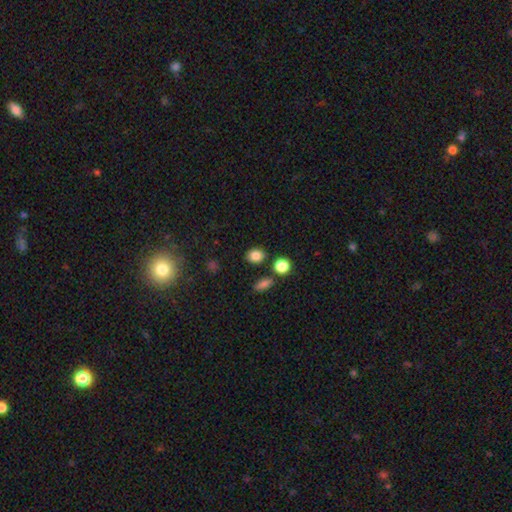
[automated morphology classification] Smooth or featured?
  - smooth: 83% *
  - star or artifact: 11%
  - featured or disk: 5%
How rounded?
  - round: 55% *
  - in between: 43%
  - cigar-shaped: 1%
Merging?
  - none: 81% *
  - minor disturbance: 9%
  - merger: 7%
  - major disturbance: 3%